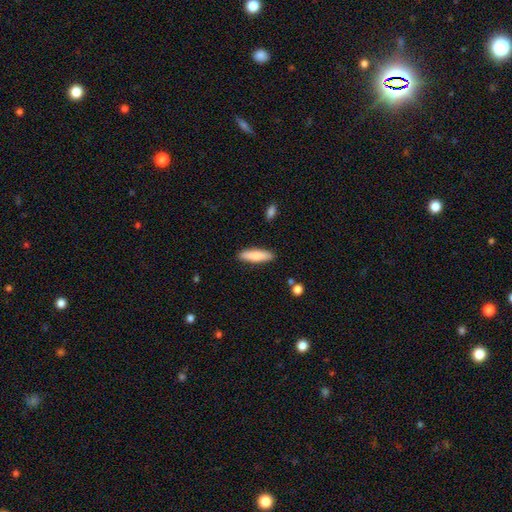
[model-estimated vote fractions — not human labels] Q: Smooth or featured?
A: smooth (83%); runner-up: featured or disk (11%)
Q: How rounded?
A: cigar-shaped (67%); runner-up: in between (31%)
Q: Merging?
A: none (89%); runner-up: minor disturbance (8%)